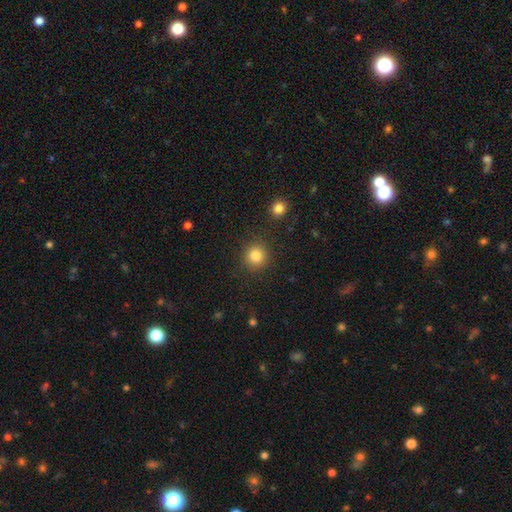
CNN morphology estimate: smooth 83%, star or artifact 11%, featured or disk 6%. Down the decision tree: how rounded — round (90%); merging — none (87%).